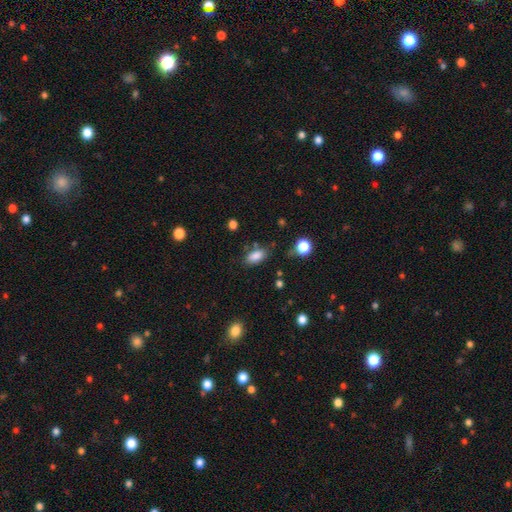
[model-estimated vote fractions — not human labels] The model was most divided on "merging": none: 74%, minor disturbance: 16%, major disturbance: 5%, merger: 5%. More confident: how rounded — in between (90%); smooth or featured — smooth (85%).